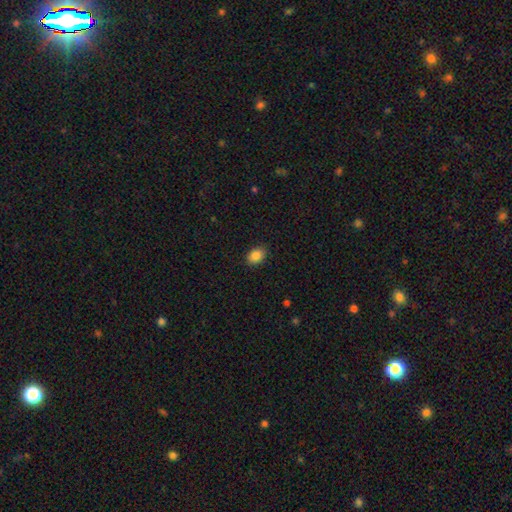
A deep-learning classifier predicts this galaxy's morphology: This appears to be a smooth galaxy with no disk features (87%) that is in between round and cigar-shaped (76%). Merging: none (89%).